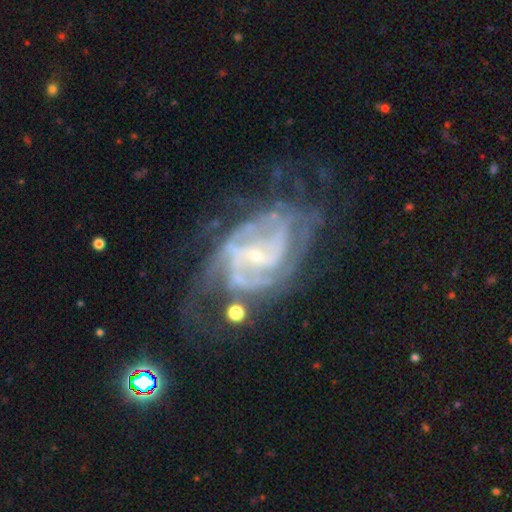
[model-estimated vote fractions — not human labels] Morphology: type=featured or disk (87%); edge-on=no (97%); bar=weak (44%); spiral arms=yes (92%); winding=medium (45%); arm count=2 (38%); bulge=small (78%); merging=none (45%).